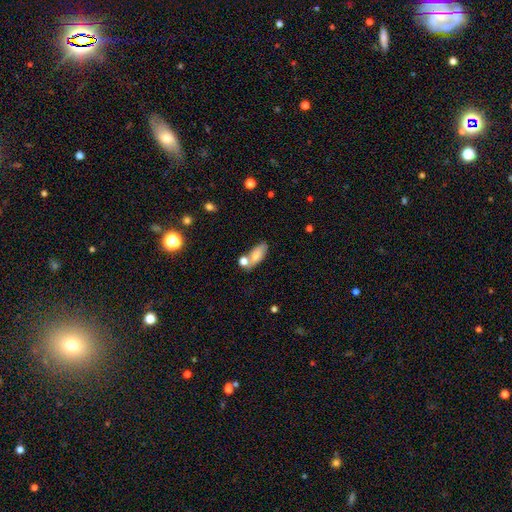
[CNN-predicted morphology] Smooth or featured? smooth (76%)
How rounded? in between (82%)
Merging? none (55%)